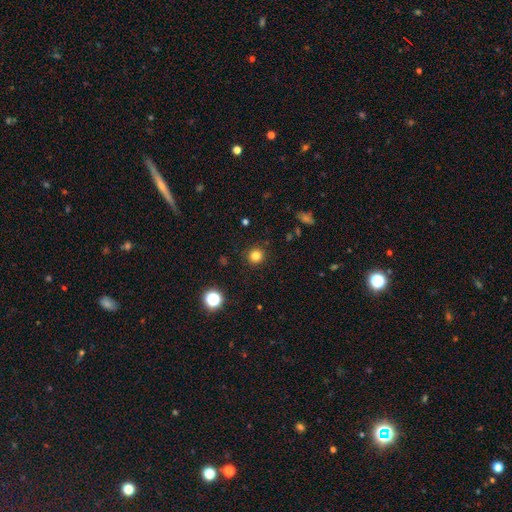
Q: Smooth or featured?
A: smooth (92%); runner-up: star or artifact (5%)
Q: How rounded?
A: round (97%); runner-up: in between (3%)
Q: Merging?
A: none (95%); runner-up: major disturbance (3%)